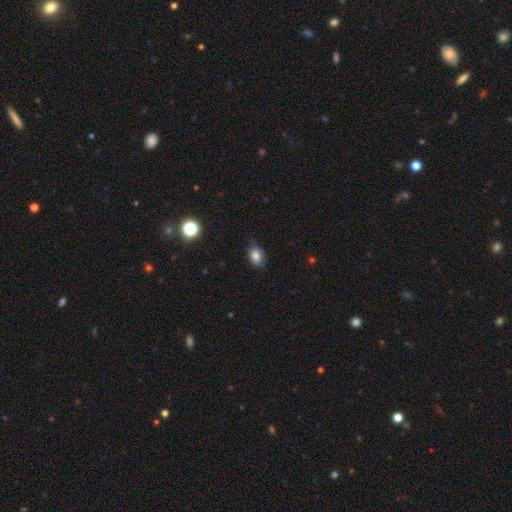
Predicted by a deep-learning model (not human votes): A smooth galaxy with no disk features (82%) that is in between round and cigar-shaped (80%). Merging: none (78%).